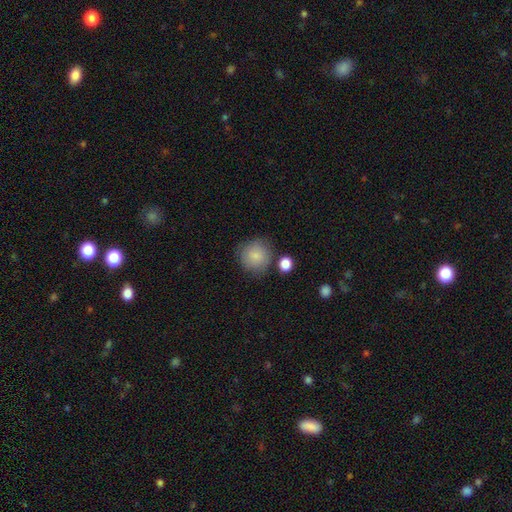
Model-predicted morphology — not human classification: smooth-or-featured: smooth: 85% | star or artifact: 8% | featured or disk: 8%
  how-rounded: round: 90% | in between: 9% | cigar-shaped: 1%
  merging: none: 74% | minor disturbance: 15% | merger: 6% | major disturbance: 4%